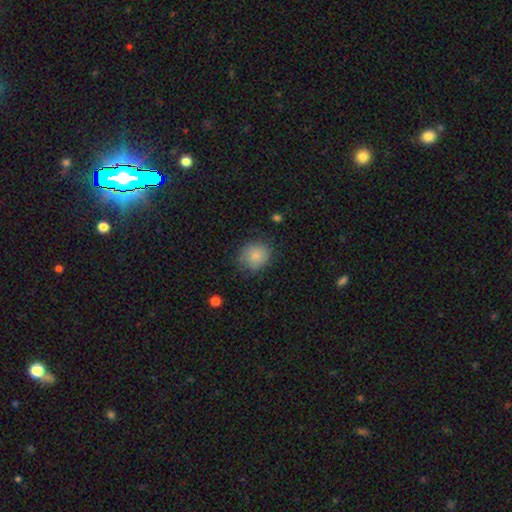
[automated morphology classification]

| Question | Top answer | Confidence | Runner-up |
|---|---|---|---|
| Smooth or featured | smooth | 81% | featured or disk (10%) |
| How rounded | round | 77% | in between (22%) |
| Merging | none | 73% | minor disturbance (20%) |